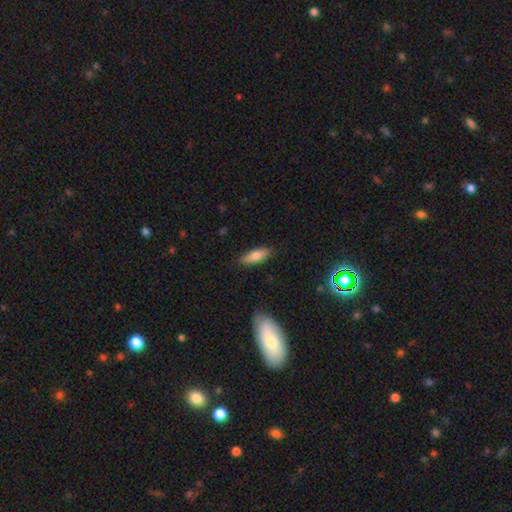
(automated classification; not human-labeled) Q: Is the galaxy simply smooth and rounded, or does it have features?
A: smooth — 78%.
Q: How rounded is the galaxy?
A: in between — 61%.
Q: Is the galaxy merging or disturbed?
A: none — 85%.